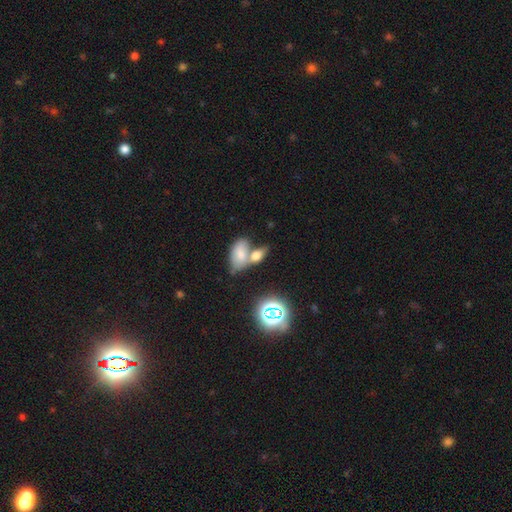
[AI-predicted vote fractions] Overall: smooth (69%). How rounded: in between (86%). Merging: merger (54%; none 31%).